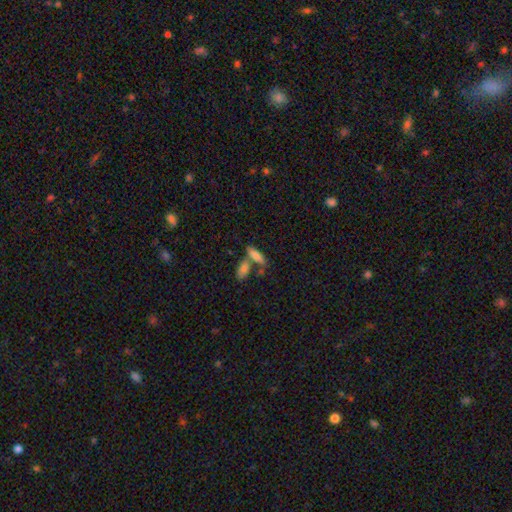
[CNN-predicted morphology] A smooth galaxy with no disk features (77%) that is in between round and cigar-shaped (57%).

Vote fractions:
- Smooth or featured? smooth: 77% / featured or disk: 16% / star or artifact: 7%
- How rounded? in between: 57% / cigar-shaped: 40% / round: 3%
- Merging? none: 46% / merger: 40% / minor disturbance: 10% / major disturbance: 4%